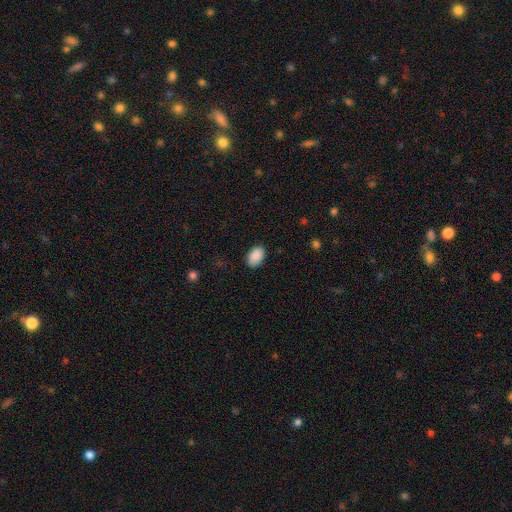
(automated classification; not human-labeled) smooth_or_featured: smooth (p=0.90) [alt: star or artifact p=0.07]
how_rounded: in between (p=0.88) [alt: round p=0.11]
merging: none (p=0.86) [alt: minor disturbance p=0.11]